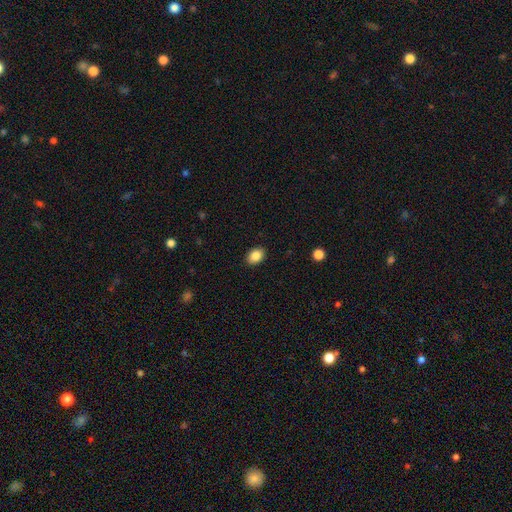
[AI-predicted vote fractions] A smooth galaxy with no disk features (86%) that is in between round and cigar-shaped (75%).

Vote fractions:
- Smooth or featured? smooth: 86% / star or artifact: 8% / featured or disk: 5%
- How rounded? in between: 75% / round: 24% / cigar-shaped: 1%
- Merging? none: 90% / minor disturbance: 8% / major disturbance: 2% / merger: 1%